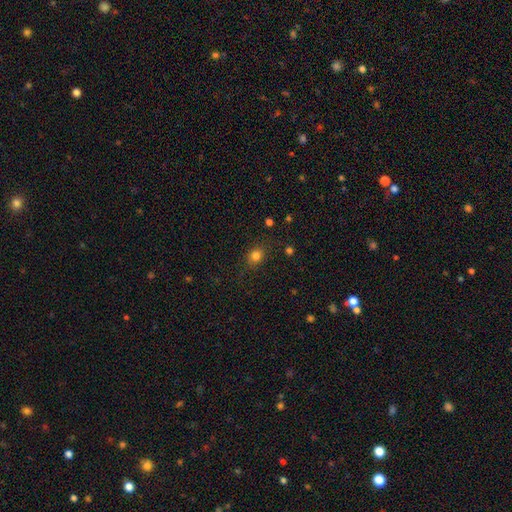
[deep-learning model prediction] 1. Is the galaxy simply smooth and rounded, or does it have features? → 81% smooth, 13% star or artifact, 6% featured or disk.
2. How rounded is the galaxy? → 62% round, 36% in between, 1% cigar-shaped.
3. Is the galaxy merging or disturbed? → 82% none, 12% minor disturbance, 4% major disturbance, 2% merger.